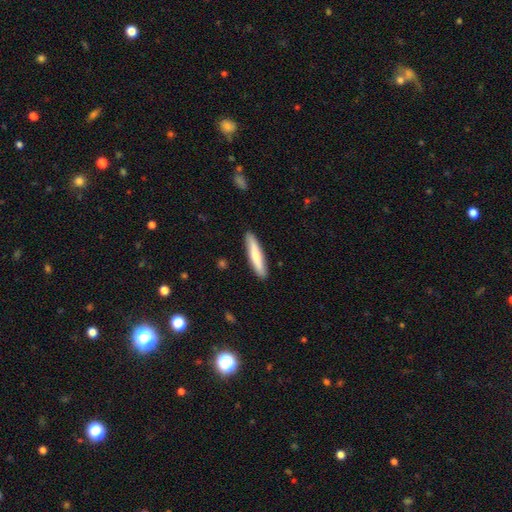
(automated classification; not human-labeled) A smooth galaxy with no disk features (70%) that is cigar-shaped (87%). Merging: none (90%).